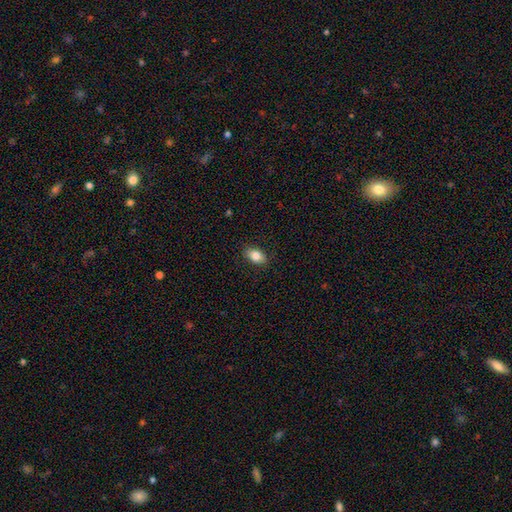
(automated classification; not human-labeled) Smooth or featured? smooth (83%)
How rounded? in between (86%)
Merging? none (88%)